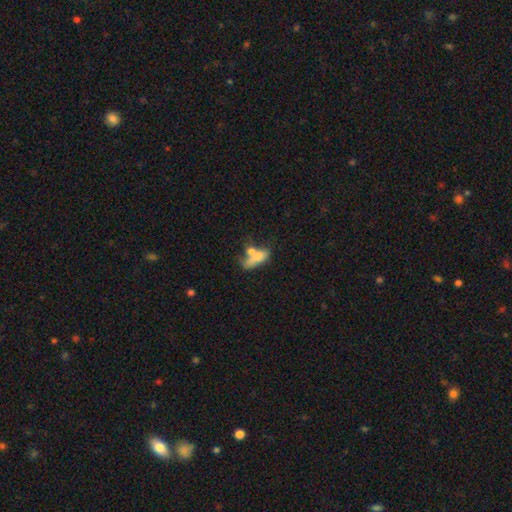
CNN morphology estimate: Q: Smooth or featured?
A: smooth (69%); runner-up: featured or disk (22%)
Q: How rounded?
A: in between (69%); runner-up: cigar-shaped (24%)
Q: Merging?
A: merger (44%); runner-up: none (26%)